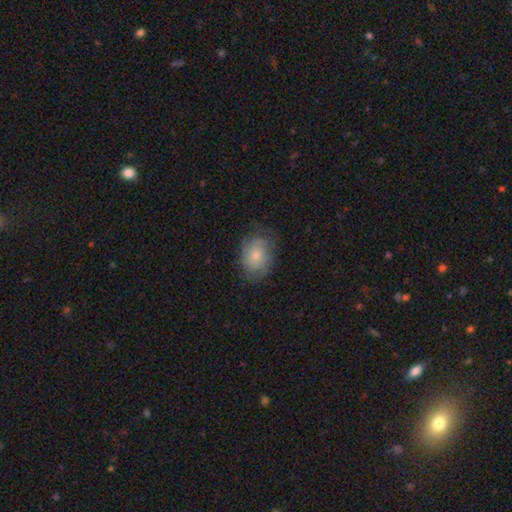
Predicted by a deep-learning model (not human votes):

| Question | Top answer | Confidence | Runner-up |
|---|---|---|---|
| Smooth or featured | smooth | 65% | featured or disk (27%) |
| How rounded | in between | 60% | round (39%) |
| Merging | none | 66% | minor disturbance (23%) |